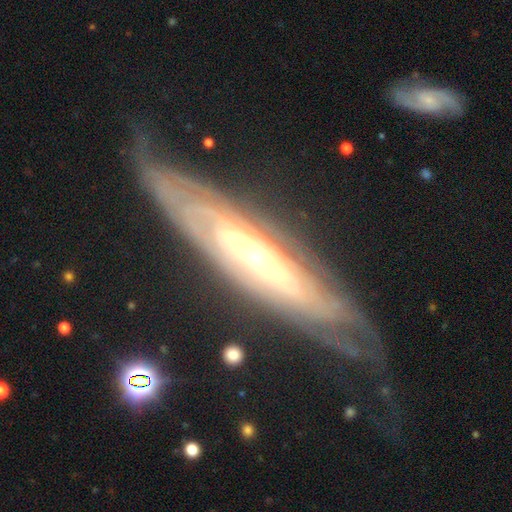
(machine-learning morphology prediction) Overall: featured or disk (86%). Edge-on disk: no (74%). Bar: no (72%). Spiral arms: yes (87%). Spiral arm count: can't tell (62%). Spiral winding: tight (77%). Bulge size: small (50%; moderate 44%). Merging: none (69%).